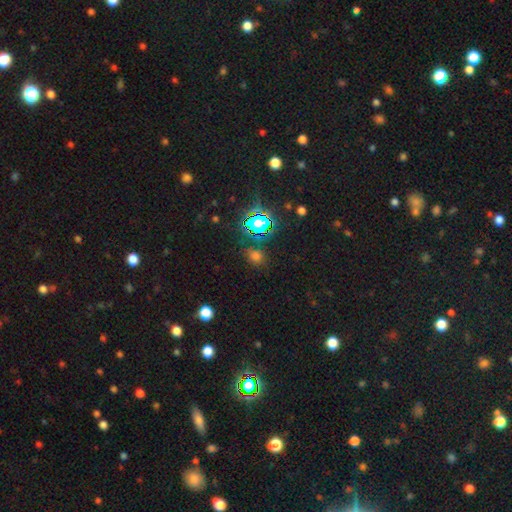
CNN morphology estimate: Overall: smooth (57%; star or artifact 37%). How rounded: round (71%). Merging: none (80%).